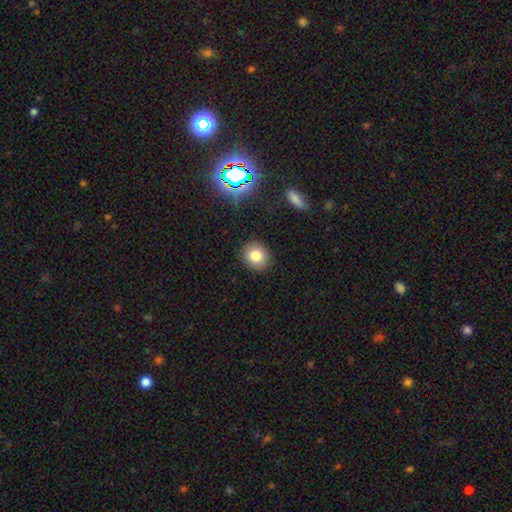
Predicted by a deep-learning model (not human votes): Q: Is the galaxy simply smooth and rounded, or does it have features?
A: smooth — 79%.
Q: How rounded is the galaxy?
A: round — 79%.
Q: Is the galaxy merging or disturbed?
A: none — 89%.